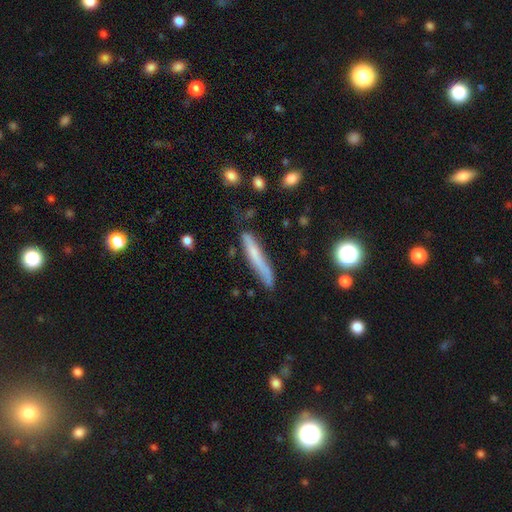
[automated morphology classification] Smooth or featured? Predicted: smooth (p=0.60). How rounded? Predicted: cigar-shaped (p=0.94). Merging? Predicted: none (p=0.72).